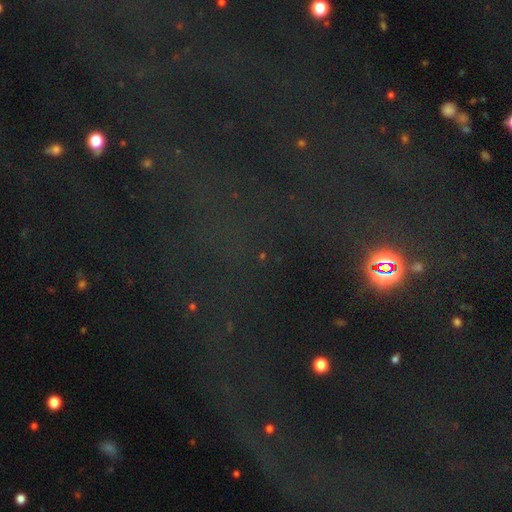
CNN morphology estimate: star or artifact 74%, smooth 16%, featured or disk 10%.